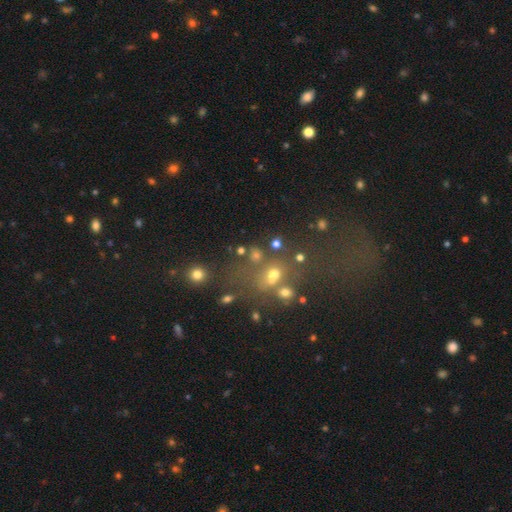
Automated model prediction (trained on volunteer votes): Smooth or featured? Predicted: smooth (p=0.54). How rounded? Predicted: round (p=0.59). Merging? Predicted: none (p=0.51).